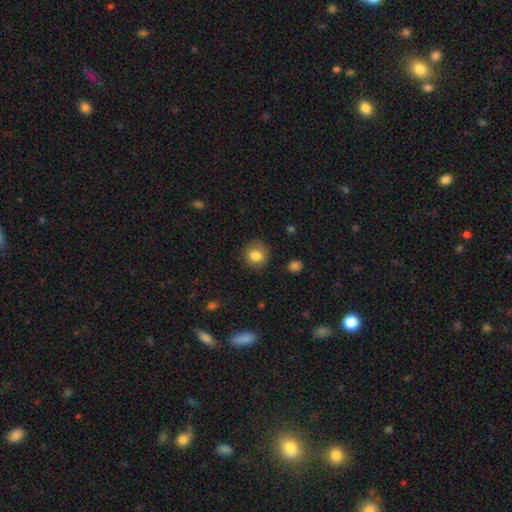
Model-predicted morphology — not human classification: The model was most divided on "merging": none: 83%, minor disturbance: 12%, major disturbance: 3%, merger: 1%. More confident: how rounded — round (89%); smooth or featured — smooth (83%).